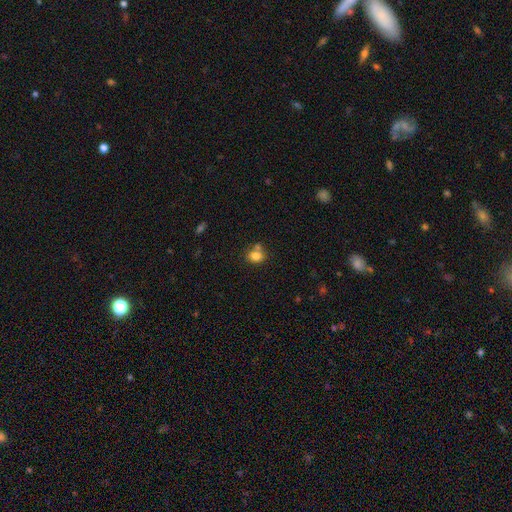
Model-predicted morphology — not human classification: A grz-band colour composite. It shows a smooth galaxy with no disk features (80%) that is round (50%). Merging: none (56%).